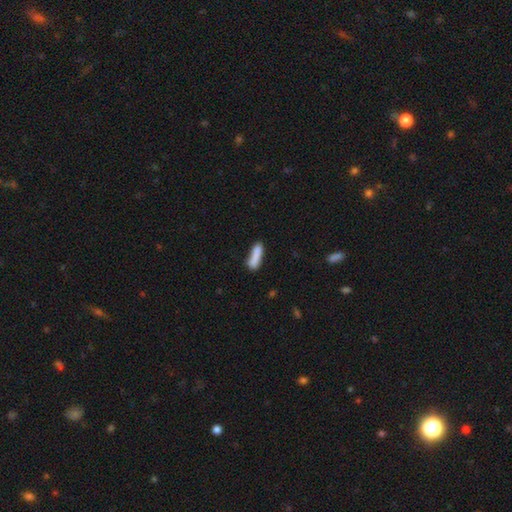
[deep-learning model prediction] smooth-or-featured: smooth: 83% | featured or disk: 10% | star or artifact: 7%
  how-rounded: cigar-shaped: 73% | in between: 26% | round: 2%
  merging: none: 64% | minor disturbance: 20% | merger: 10% | major disturbance: 6%